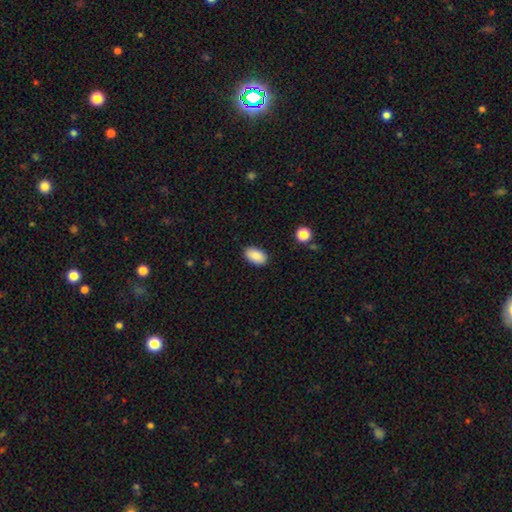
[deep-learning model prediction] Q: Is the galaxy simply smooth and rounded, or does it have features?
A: smooth — 88%.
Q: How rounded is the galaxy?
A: in between — 93%.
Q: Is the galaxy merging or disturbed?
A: none — 87%.